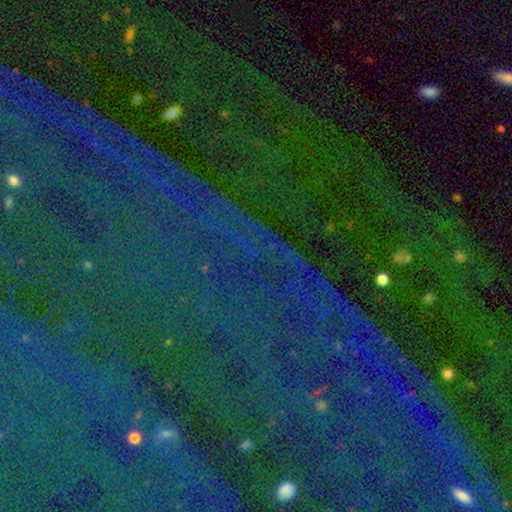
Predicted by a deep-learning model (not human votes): This is clearly a star or artifact rather than a galaxy (84%).